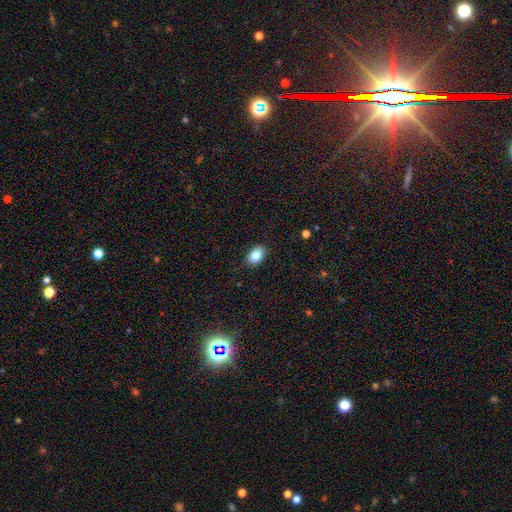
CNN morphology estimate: smooth_or_featured: smooth (p=0.85) [alt: star or artifact p=0.08]
how_rounded: in between (p=0.88) [alt: round p=0.10]
merging: none (p=0.88) [alt: minor disturbance p=0.09]